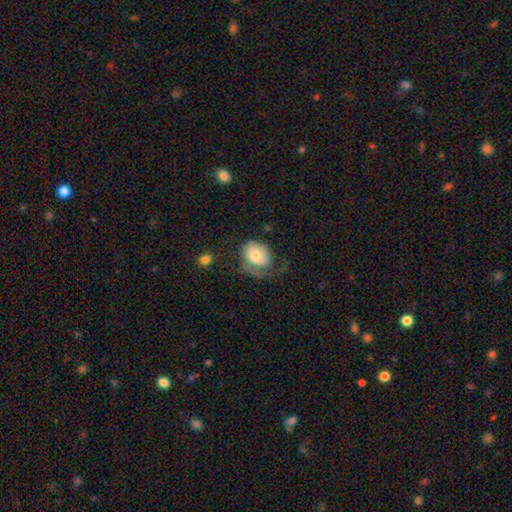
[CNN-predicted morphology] Overall: smooth (59%; featured or disk 34%). How rounded: in between (52%; round 47%). Merging: major disturbance (39%; none 33%).